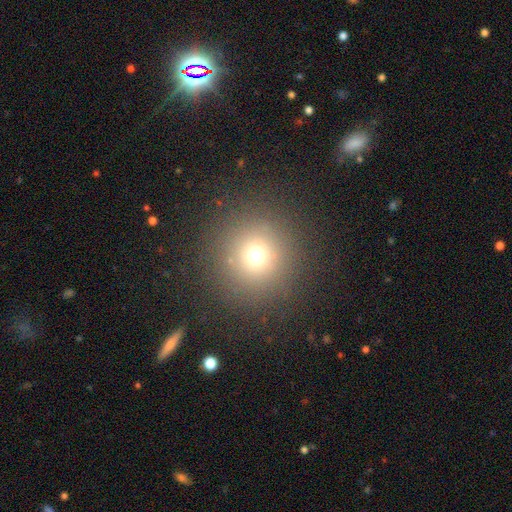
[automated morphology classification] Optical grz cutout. It shows a smooth galaxy with no disk features (70%) that is round (95%). Merging: none (88%).